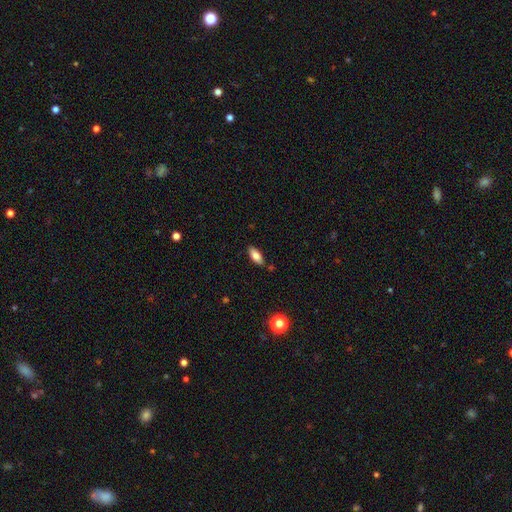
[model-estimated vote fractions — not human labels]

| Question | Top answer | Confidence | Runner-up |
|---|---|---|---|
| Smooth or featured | smooth | 79% | featured or disk (13%) |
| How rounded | in between | 84% | cigar-shaped (14%) |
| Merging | none | 81% | minor disturbance (13%) |